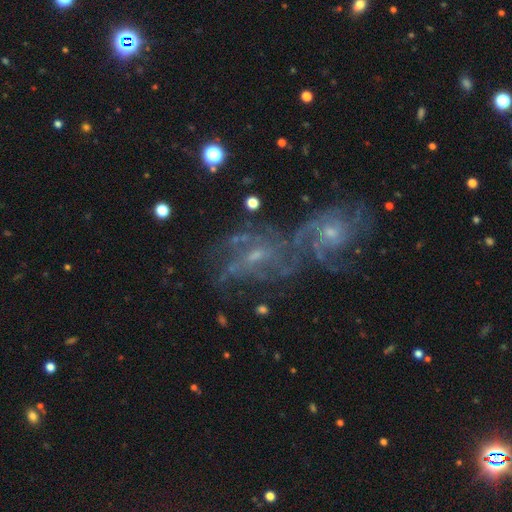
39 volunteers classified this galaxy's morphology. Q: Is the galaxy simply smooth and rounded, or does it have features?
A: featured or disk — 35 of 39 (90%).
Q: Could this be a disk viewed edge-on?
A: no — 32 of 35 (91%).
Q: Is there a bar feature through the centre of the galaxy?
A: weak — 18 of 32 (56%).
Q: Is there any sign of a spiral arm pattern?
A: yes — 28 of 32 (88%).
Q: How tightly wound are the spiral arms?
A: medium — 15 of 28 (54%).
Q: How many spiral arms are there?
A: can't tell — 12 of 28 (43%).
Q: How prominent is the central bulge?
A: small — 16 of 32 (50%).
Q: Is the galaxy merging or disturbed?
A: merger — 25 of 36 (69%).